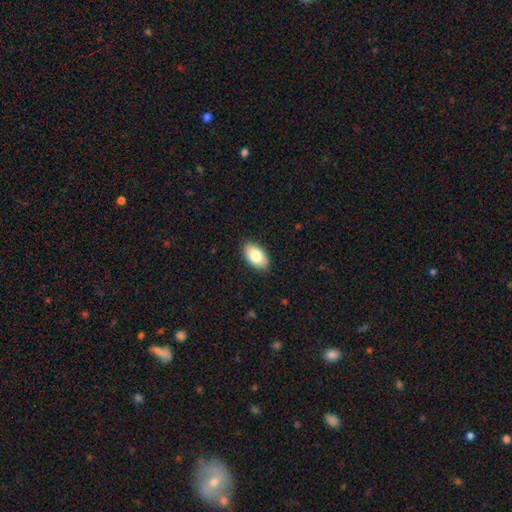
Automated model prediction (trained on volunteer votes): Smooth or featured? Predicted: smooth (p=0.81). How rounded? Predicted: in between (p=0.94). Merging? Predicted: none (p=0.88).